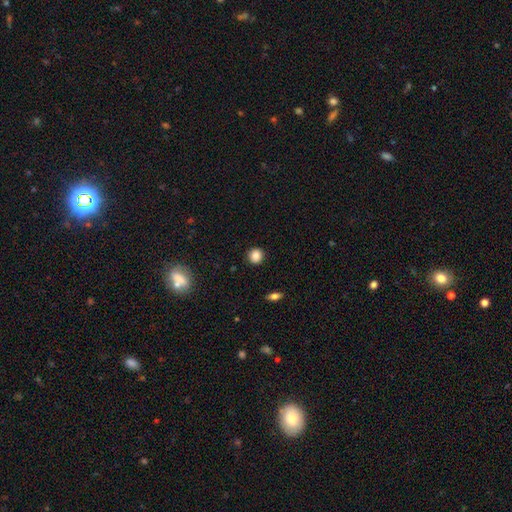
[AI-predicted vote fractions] This is clearly a smooth galaxy (84%). How rounded: clearly round (90%). Merging: clearly none (91%).